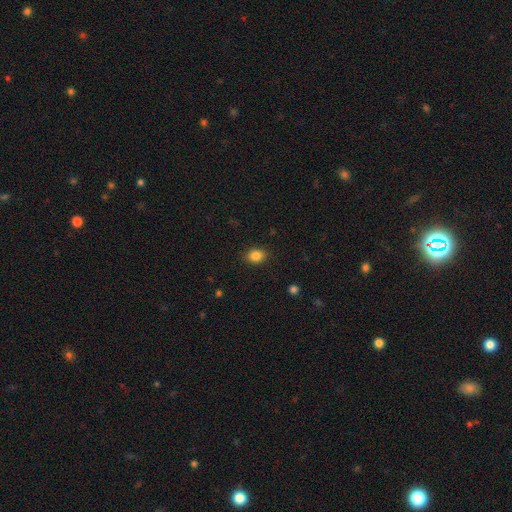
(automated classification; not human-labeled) Smooth or featured: smooth — 85% (star or artifact — 11%)
How rounded: in between — 54% (round — 45%)
Merging: none — 89% (minor disturbance — 8%)